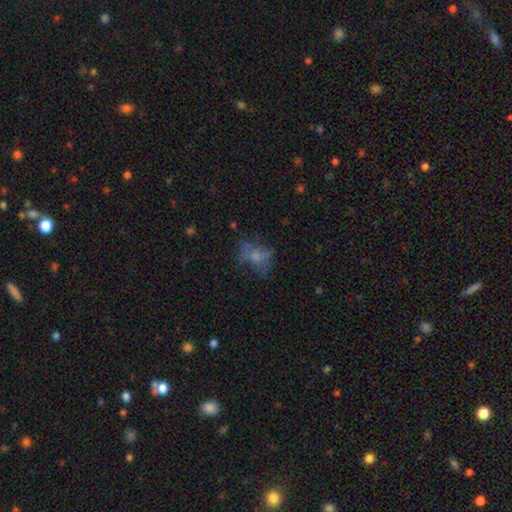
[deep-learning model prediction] This appears to be a smooth galaxy with no disk features (48%). Merging: none (45%).